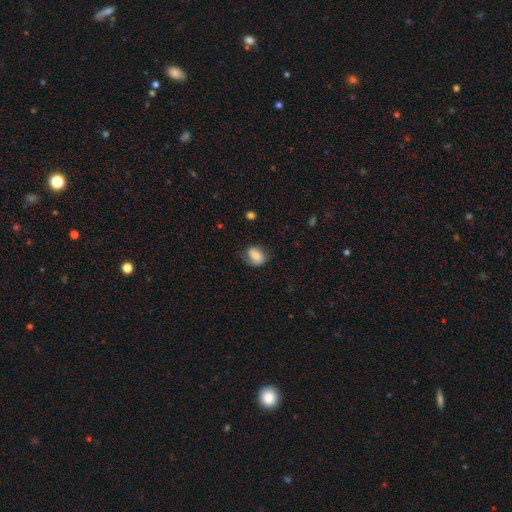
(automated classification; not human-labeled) Smooth or featured? Predicted: smooth (p=0.70). How rounded? Predicted: in between (p=0.68). Merging? Predicted: none (p=0.65).